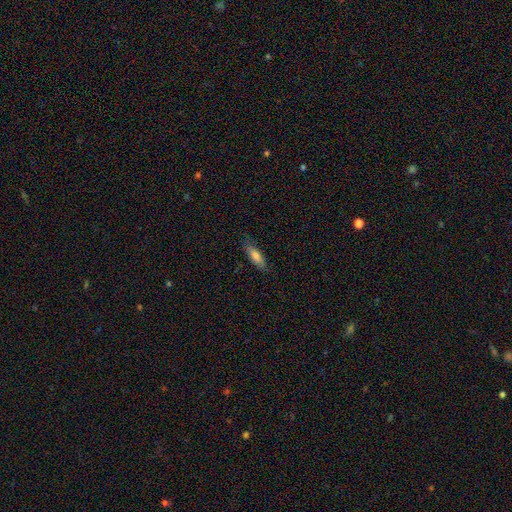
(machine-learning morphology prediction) Overall: smooth (76%). How rounded: in between (57%; cigar-shaped 42%). Merging: none (79%).